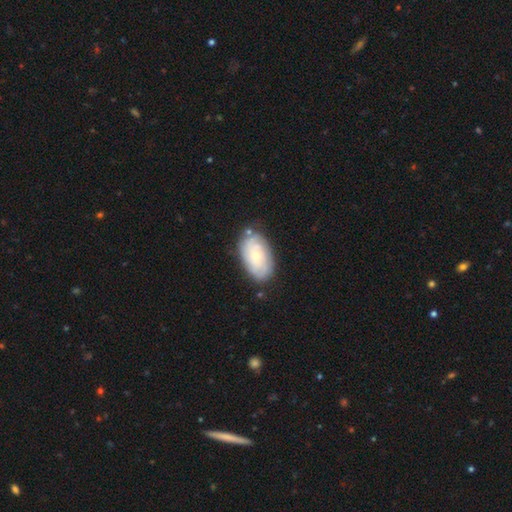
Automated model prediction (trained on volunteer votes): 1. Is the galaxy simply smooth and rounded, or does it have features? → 54% featured or disk, 40% smooth, 6% star or artifact.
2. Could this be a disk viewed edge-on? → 95% no, 5% yes.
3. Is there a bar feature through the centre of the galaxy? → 83% no, 15% weak, 3% strong.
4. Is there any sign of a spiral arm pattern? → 73% yes, 27% no.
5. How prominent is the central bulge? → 63% small, 32% moderate, 2% large, 2% none, 1% dominant.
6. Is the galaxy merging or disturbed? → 74% none, 18% minor disturbance, 5% major disturbance, 3% merger.